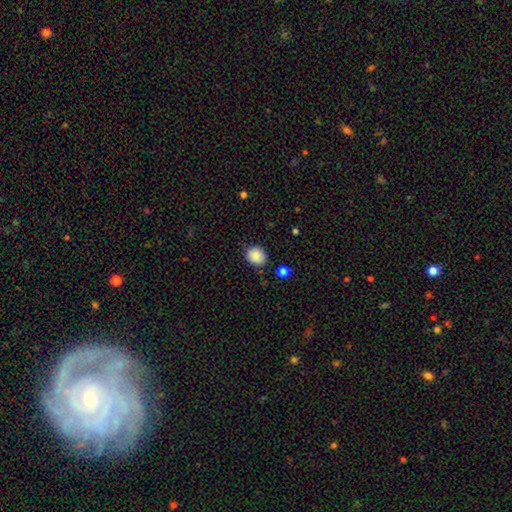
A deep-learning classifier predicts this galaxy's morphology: Q: Smooth or featured?
A: smooth (85%); runner-up: star or artifact (9%)
Q: How rounded?
A: round (67%); runner-up: in between (32%)
Q: Merging?
A: none (83%); runner-up: minor disturbance (12%)